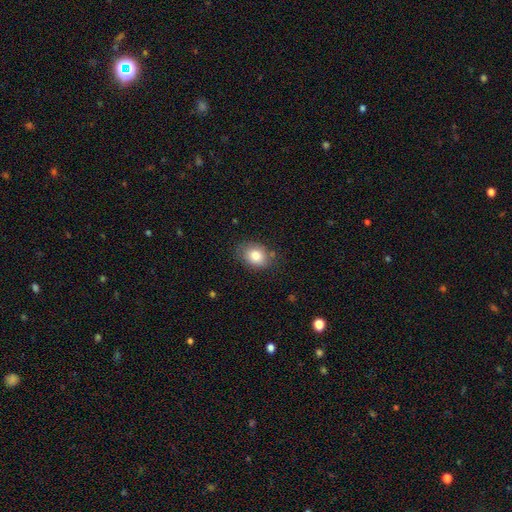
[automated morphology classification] Overall: smooth (82%). How rounded: in between (62%; round 37%). Merging: none (76%).